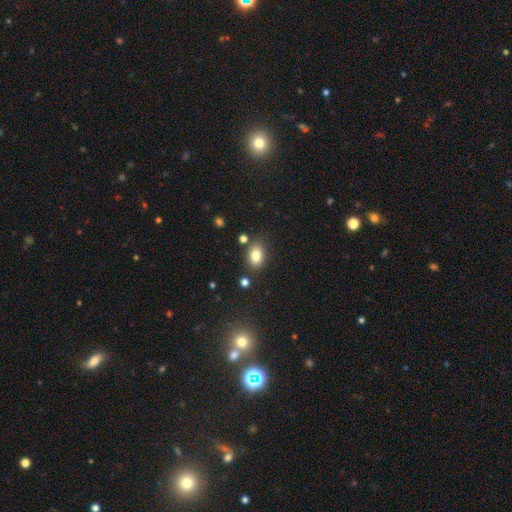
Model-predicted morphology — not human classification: This is clearly a smooth galaxy (82%). How rounded: clearly in between (80%). Merging: clearly none (80%).